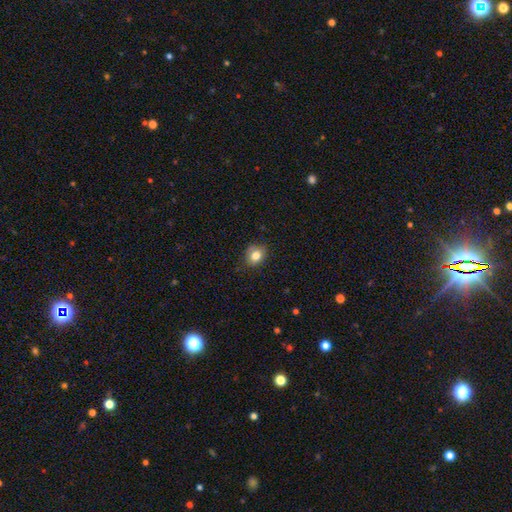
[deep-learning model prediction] Smooth or featured? Predicted: smooth (p=0.81). How rounded? Predicted: round (p=0.59). Merging? Predicted: none (p=0.77).